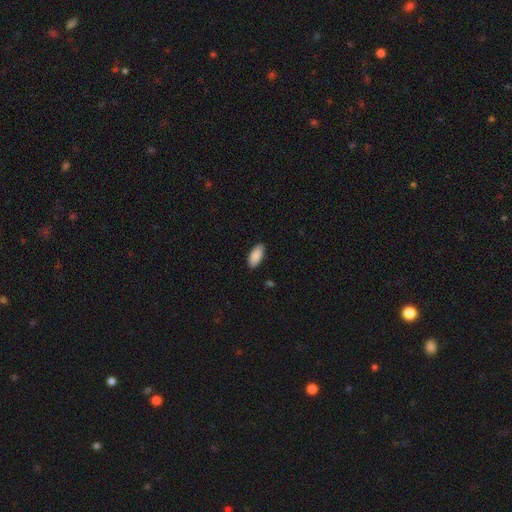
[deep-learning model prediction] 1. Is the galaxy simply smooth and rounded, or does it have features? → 90% smooth, 6% star or artifact, 5% featured or disk.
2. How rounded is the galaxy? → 91% in between, 8% cigar-shaped, 2% round.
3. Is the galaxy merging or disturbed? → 87% none, 10% minor disturbance, 2% major disturbance, 1% merger.